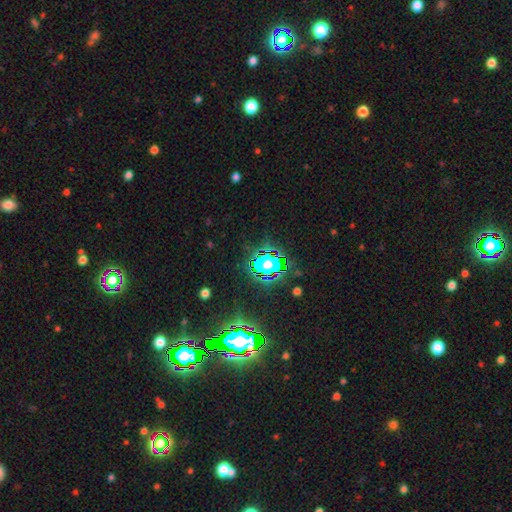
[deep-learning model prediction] This appears to be a star or artifact, not a galaxy (84%).